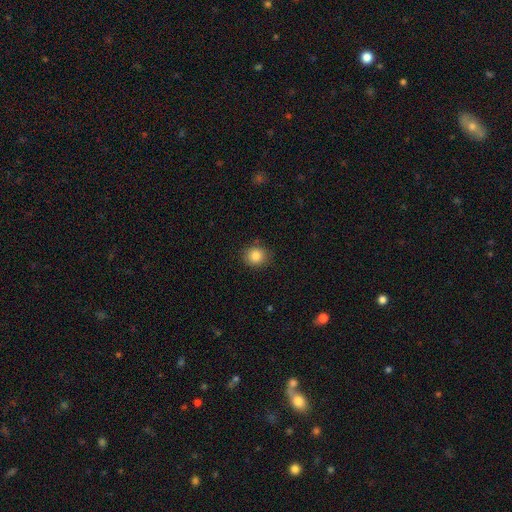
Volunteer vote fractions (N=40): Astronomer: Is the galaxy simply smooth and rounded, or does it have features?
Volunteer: smooth — 92%.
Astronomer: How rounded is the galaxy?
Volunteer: round — 84%.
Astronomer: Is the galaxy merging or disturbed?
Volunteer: none — 82%.